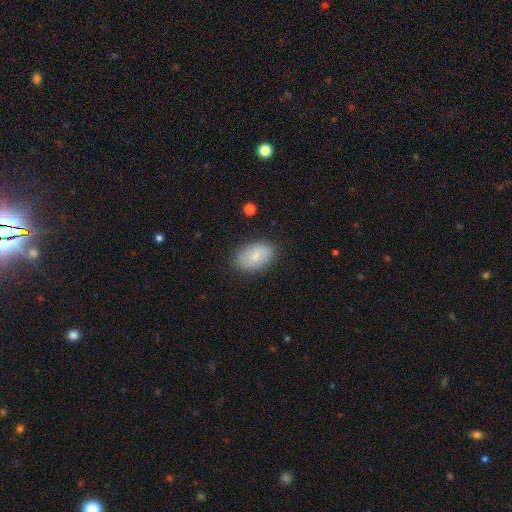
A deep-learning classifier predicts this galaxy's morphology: Smooth or featured? smooth (77%)
How rounded? in between (90%)
Merging? none (84%)